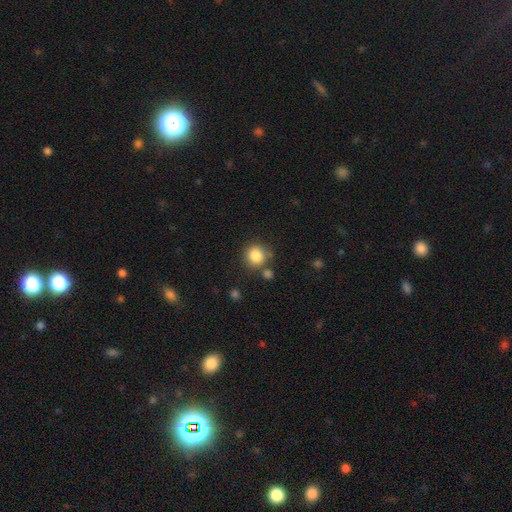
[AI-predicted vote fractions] Morphology: type=smooth (85%); roundness=round (87%); merging=none (74%).